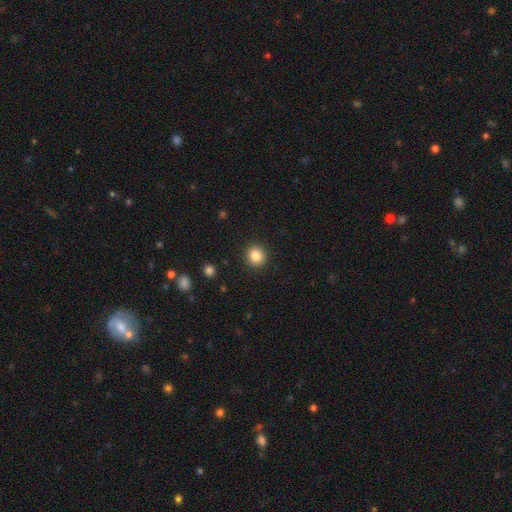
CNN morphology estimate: The model was most divided on "smooth or featured": smooth: 84%, star or artifact: 10%, featured or disk: 6%. More confident: merging — none (92%); how rounded — round (88%).